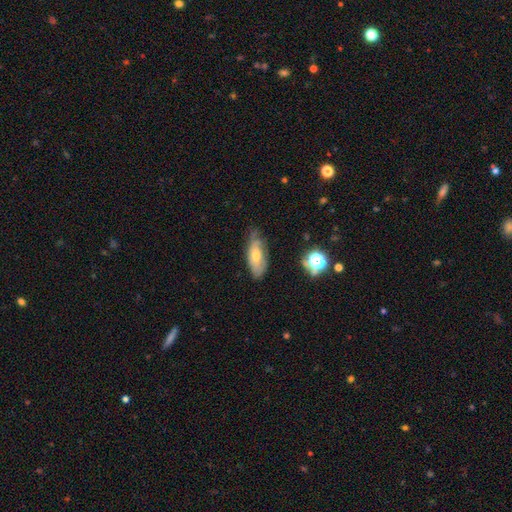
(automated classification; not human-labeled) smooth 61%, featured or disk 30%, star or artifact 9%. Down the decision tree: how rounded — in between (78%); merging — none (59%).